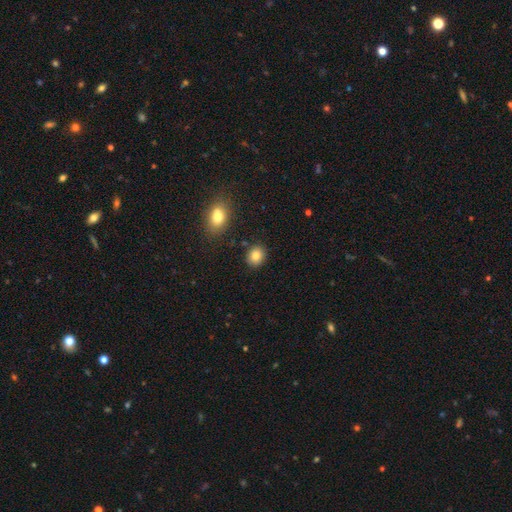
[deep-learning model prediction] A smooth galaxy with no disk features (83%) that is round (63%). Merging: none (86%).